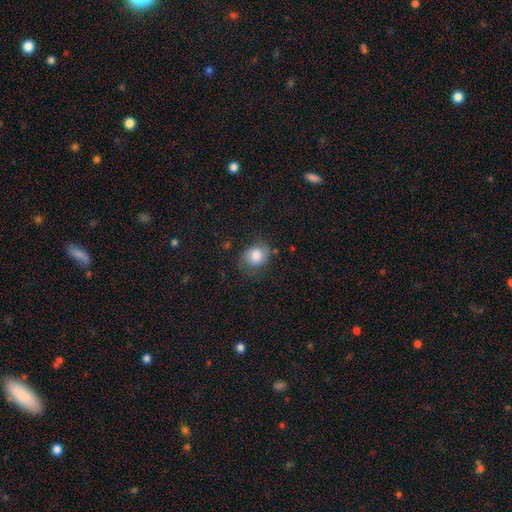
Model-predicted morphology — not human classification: Smooth or featured?
  - smooth: 75% *
  - featured or disk: 16%
  - star or artifact: 8%
How rounded?
  - round: 54% *
  - in between: 45%
  - cigar-shaped: 1%
Merging?
  - none: 64% *
  - minor disturbance: 25%
  - major disturbance: 10%
  - merger: 2%